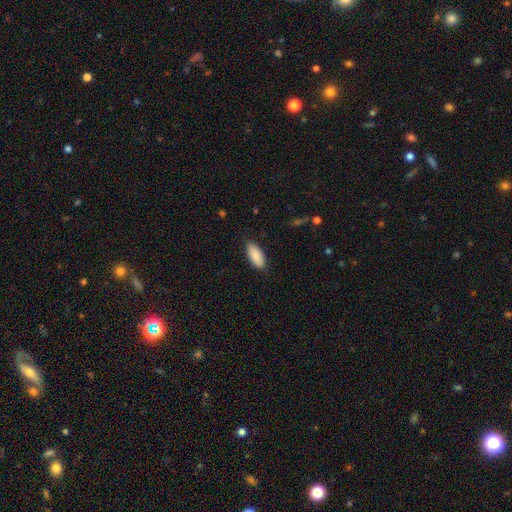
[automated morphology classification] Smooth or featured?
  - smooth: 87% *
  - star or artifact: 6%
  - featured or disk: 6%
How rounded?
  - in between: 90% *
  - cigar-shaped: 8%
  - round: 2%
Merging?
  - none: 85% *
  - minor disturbance: 11%
  - major disturbance: 2%
  - merger: 1%